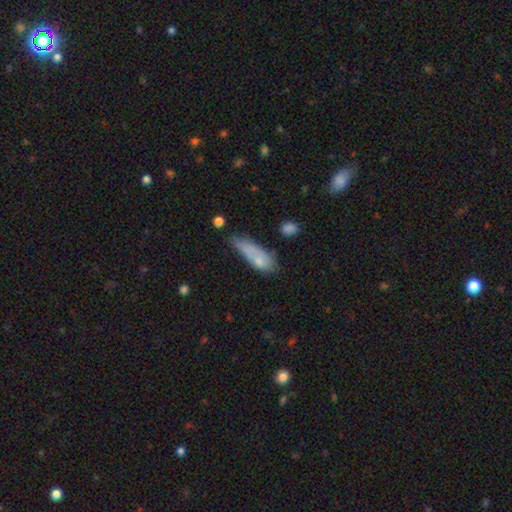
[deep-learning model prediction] Smooth or featured? smooth (72%)
How rounded? cigar-shaped (50%)
Merging? none (36%)